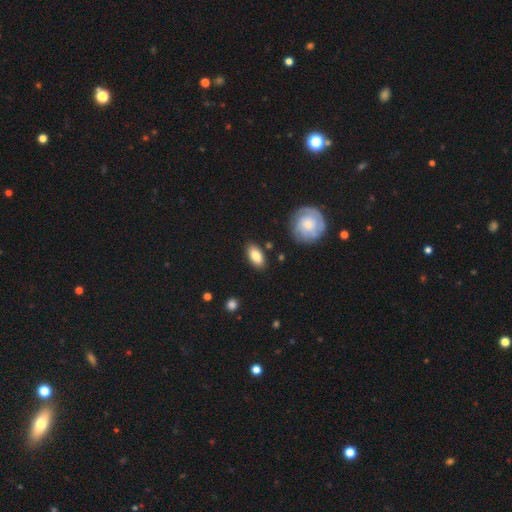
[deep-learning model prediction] Overall: smooth (80%). How rounded: in between (90%). Merging: none (85%).